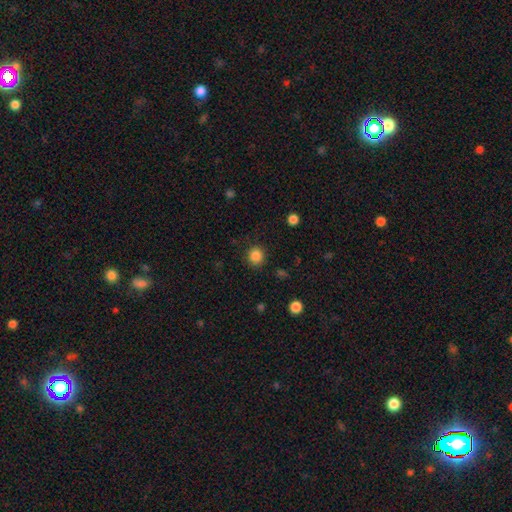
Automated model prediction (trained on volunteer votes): Q: Smooth or featured?
A: smooth (85%); runner-up: star or artifact (11%)
Q: How rounded?
A: round (91%); runner-up: in between (8%)
Q: Merging?
A: none (89%); runner-up: minor disturbance (7%)